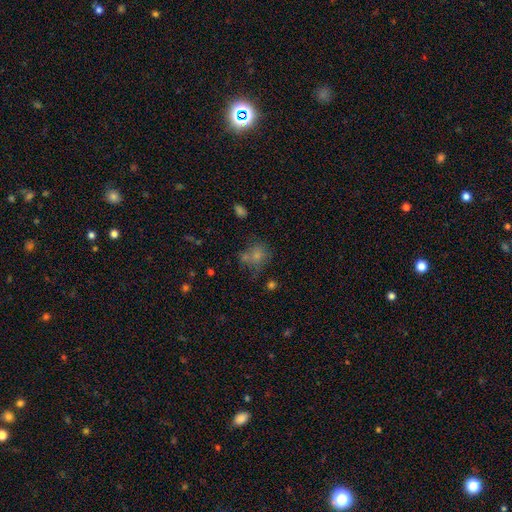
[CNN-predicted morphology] Smooth or featured: smooth — 70% (star or artifact — 16%)
How rounded: round — 62% (in between — 36%)
Merging: none — 45% (merger — 27%)